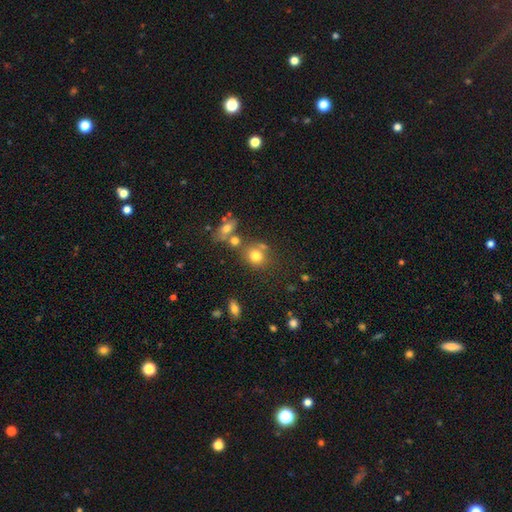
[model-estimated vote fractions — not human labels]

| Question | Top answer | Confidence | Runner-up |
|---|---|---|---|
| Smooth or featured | smooth | 76% | star or artifact (14%) |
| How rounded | round | 72% | in between (27%) |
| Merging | none | 58% | merger (22%) |